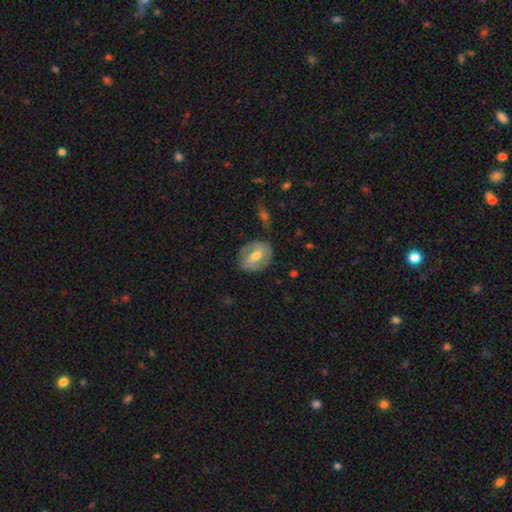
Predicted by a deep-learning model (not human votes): This is possibly a featured or disk galaxy (57%). It is clearly not viewed edge-on (94%). Bar: marginally weak (44%). Spiral arm pattern: likely yes (65%). Central bulge: likely moderate (71%). Merging: likely none (77%).